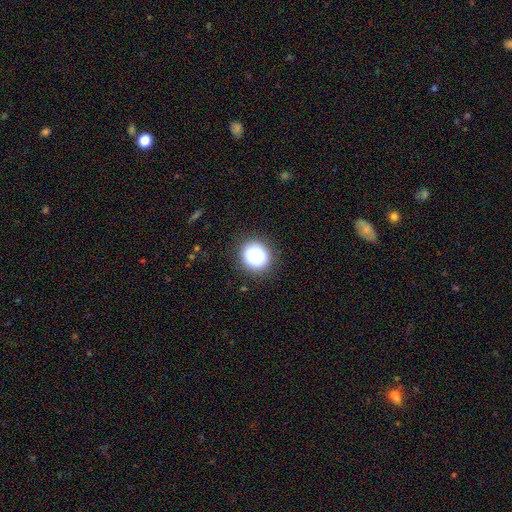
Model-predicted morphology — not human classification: Overall: smooth (82%). How rounded: round (85%). Merging: none (86%).